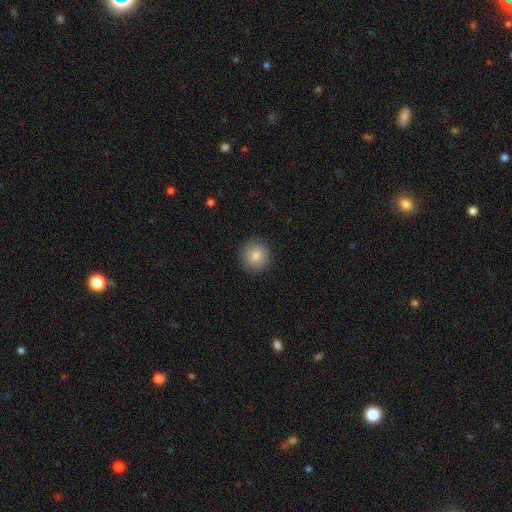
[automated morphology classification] type=smooth (83%); roundness=round (94%); merging=none (90%).